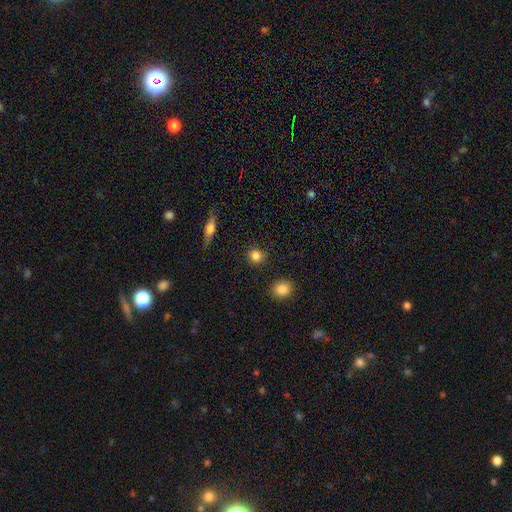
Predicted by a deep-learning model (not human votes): Smooth or featured? Predicted: smooth (p=0.84). How rounded? Predicted: round (p=0.86). Merging? Predicted: none (p=0.87).